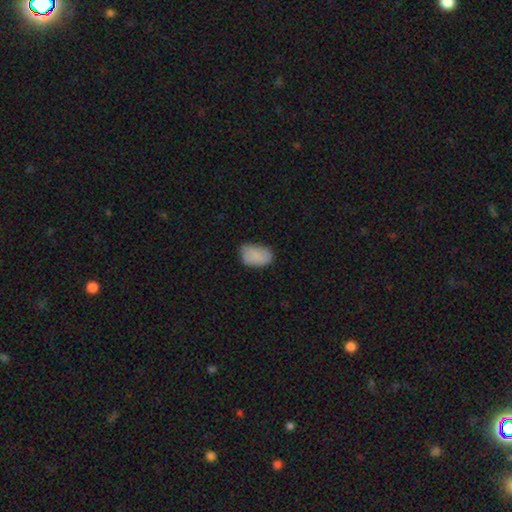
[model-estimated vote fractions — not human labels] Smooth or featured? Predicted: smooth (p=0.84). How rounded? Predicted: in between (p=0.89). Merging? Predicted: none (p=0.66).